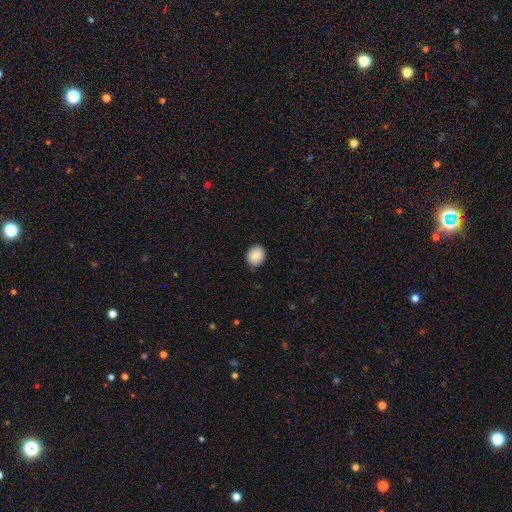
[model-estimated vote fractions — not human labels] A smooth galaxy with no disk features (84%) that is round (64%). Merging: none (85%).